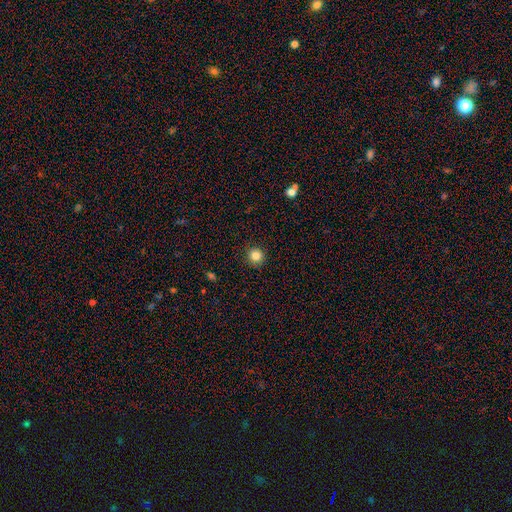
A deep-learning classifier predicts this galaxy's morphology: Q: Smooth or featured?
A: smooth (84%); runner-up: star or artifact (11%)
Q: How rounded?
A: round (94%); runner-up: in between (5%)
Q: Merging?
A: none (91%); runner-up: minor disturbance (6%)